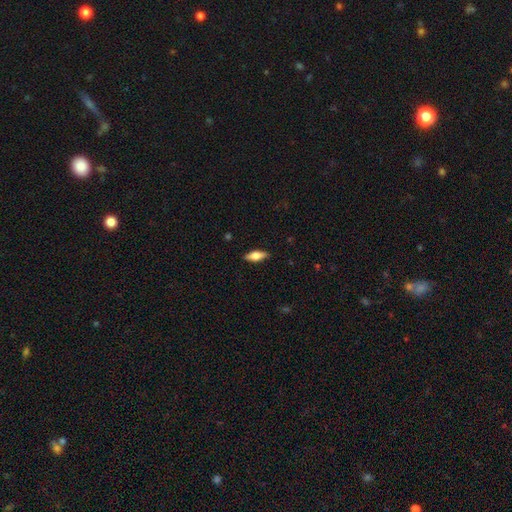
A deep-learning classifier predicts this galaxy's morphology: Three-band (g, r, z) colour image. It shows a smooth galaxy with no disk features (65%) that is in between round and cigar-shaped (67%). Merging: none (88%).